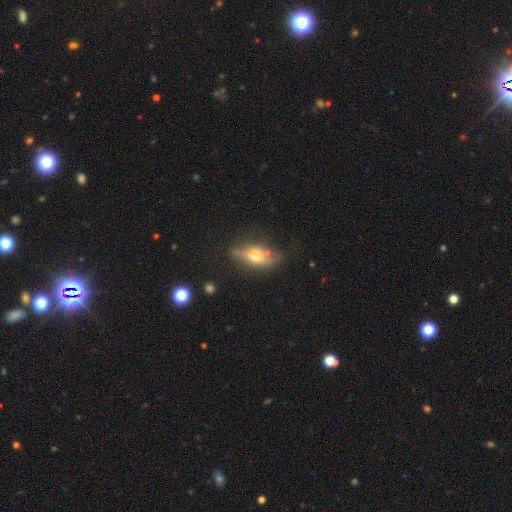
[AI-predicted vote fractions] This is possibly a featured or disk galaxy (47%). Merging: likely none (63%).